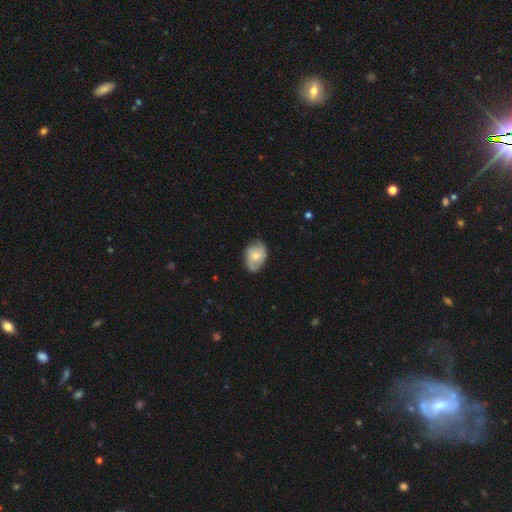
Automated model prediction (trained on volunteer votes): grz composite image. It shows a smooth galaxy with no disk features (52%) that is in between round and cigar-shaped (73%). Merging: none (68%).